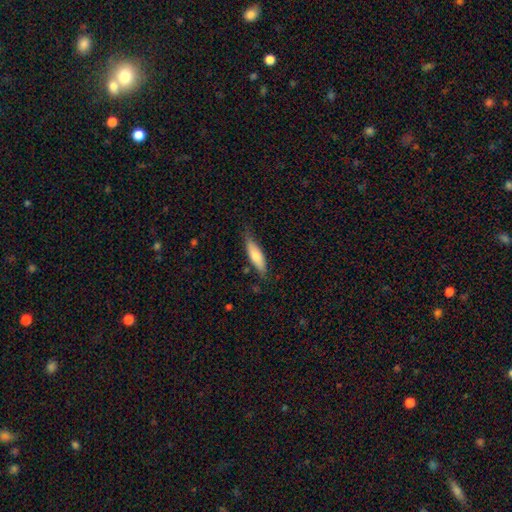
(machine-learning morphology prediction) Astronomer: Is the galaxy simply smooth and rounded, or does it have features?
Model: smooth — 70%.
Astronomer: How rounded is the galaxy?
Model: cigar-shaped — 55% (runner-up: in between, 43%).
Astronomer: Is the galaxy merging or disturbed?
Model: none — 73%.